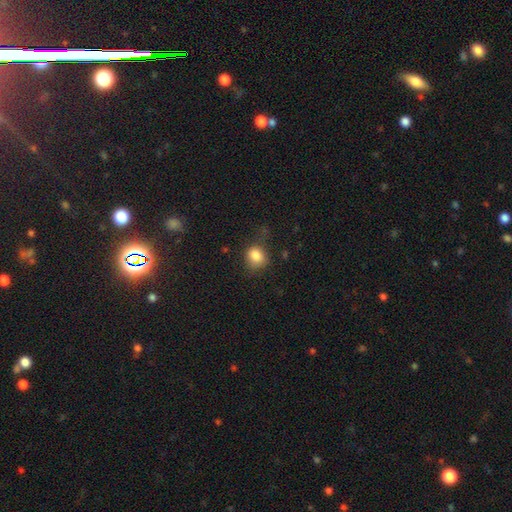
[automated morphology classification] A smooth galaxy with no disk features (83%) that is round (65%). Merging: none (61%).